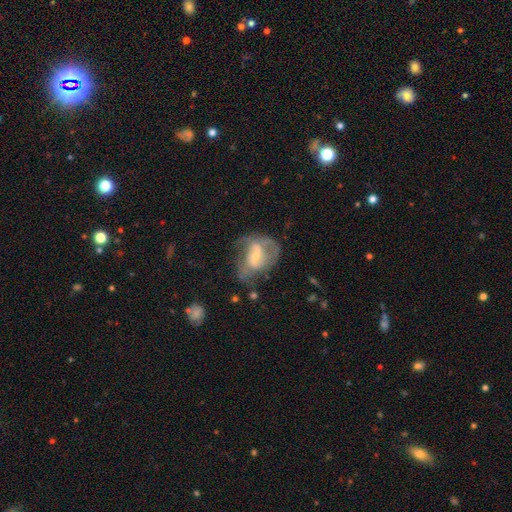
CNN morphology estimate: This is likely a featured or disk galaxy (76%). It is clearly not viewed edge-on (97%). Bar: possibly weak (49%). Spiral arm pattern: clearly yes (84%). Spiral arm count: possibly 2 (57%). Spiral winding: possibly medium (49%). Central bulge: possibly small (58%). Merging: possibly none (46%).